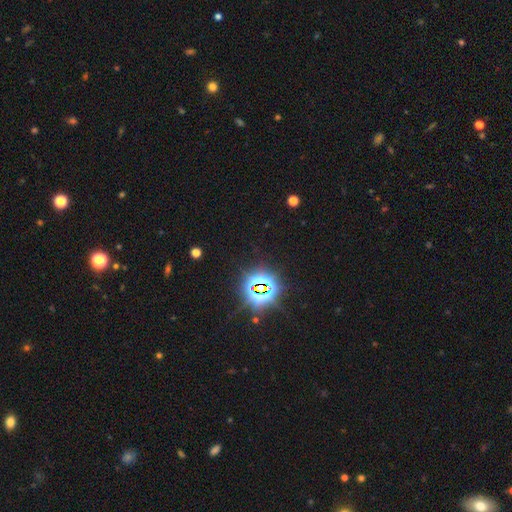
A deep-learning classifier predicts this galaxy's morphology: The model was most divided on "smooth or featured": star or artifact: 83%, smooth: 10%, featured or disk: 7%.